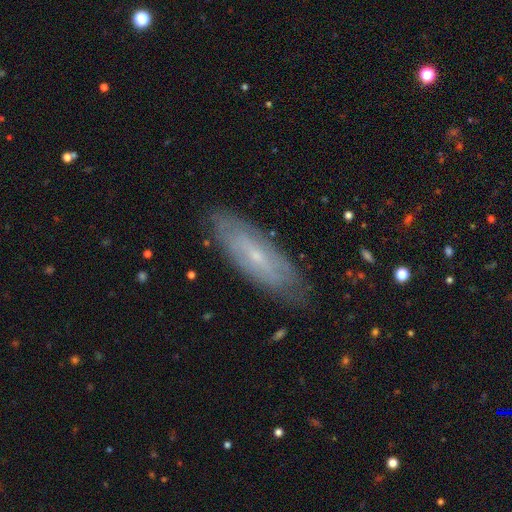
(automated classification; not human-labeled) featured or disk 57%, smooth 35%, star or artifact 8%. Down the decision tree: edge-on disk — no (69%); merging — none (82%).